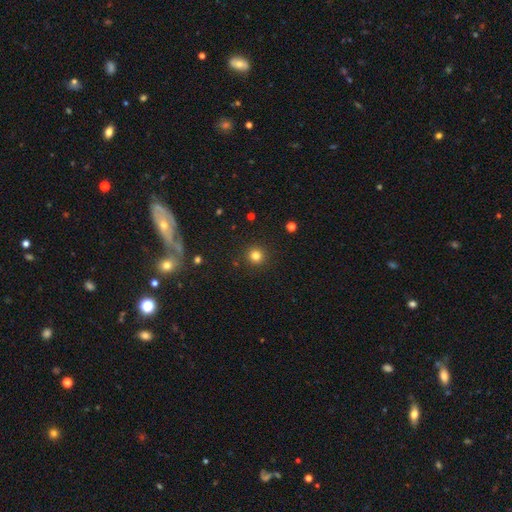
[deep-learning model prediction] Smooth or featured? Predicted: smooth (p=0.81). How rounded? Predicted: round (p=0.95). Merging? Predicted: none (p=0.91).